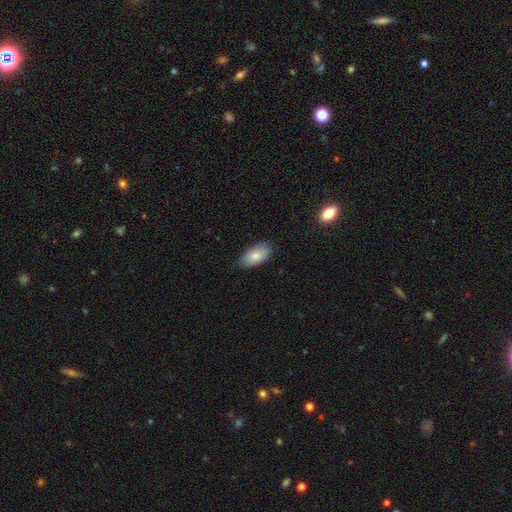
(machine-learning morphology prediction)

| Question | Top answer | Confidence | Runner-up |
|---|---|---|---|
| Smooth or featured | smooth | 82% | featured or disk (12%) |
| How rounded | in between | 94% | cigar-shaped (4%) |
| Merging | none | 83% | minor disturbance (14%) |